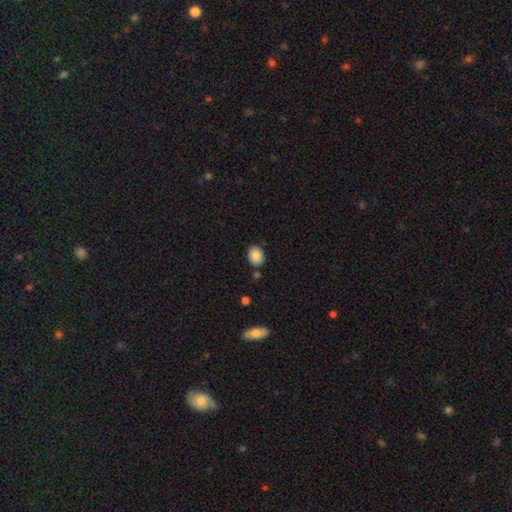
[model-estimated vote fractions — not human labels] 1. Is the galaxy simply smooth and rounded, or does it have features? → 87% smooth, 8% star or artifact, 5% featured or disk.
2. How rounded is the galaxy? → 56% in between, 43% round, 1% cigar-shaped.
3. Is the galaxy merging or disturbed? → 79% none, 13% minor disturbance, 5% merger, 3% major disturbance.